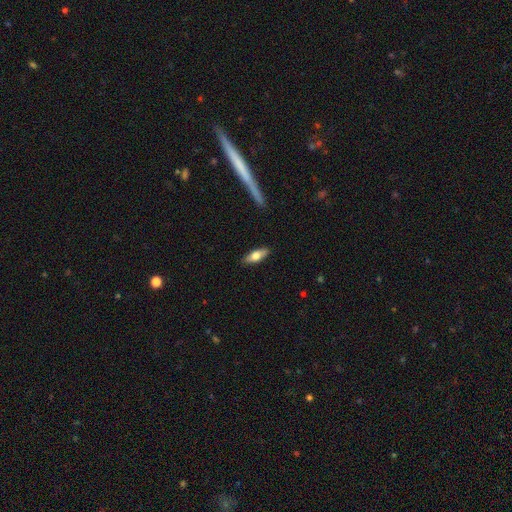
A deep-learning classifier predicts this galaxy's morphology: smooth_or_featured: smooth (p=0.67) [alt: featured or disk p=0.27]
how_rounded: in between (p=0.63) [alt: cigar-shaped p=0.35]
merging: none (p=0.87) [alt: minor disturbance p=0.10]